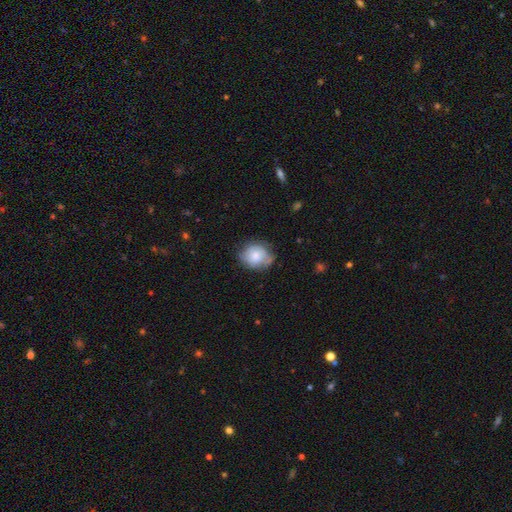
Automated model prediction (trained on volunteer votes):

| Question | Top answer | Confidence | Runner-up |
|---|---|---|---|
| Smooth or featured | smooth | 64% | featured or disk (29%) |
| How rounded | round | 67% | in between (32%) |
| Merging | none | 65% | minor disturbance (26%) |